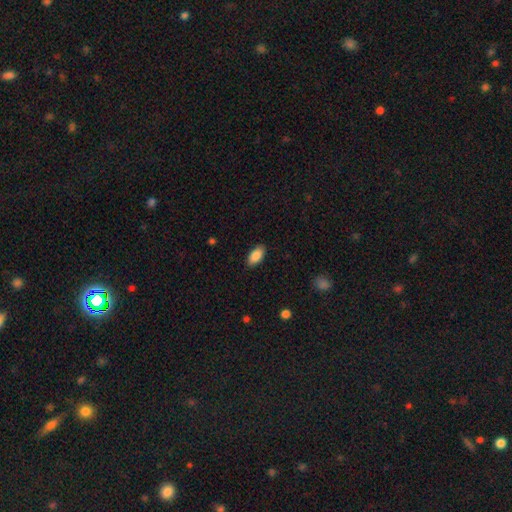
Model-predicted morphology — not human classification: Smooth or featured?
  - smooth: 88% *
  - star or artifact: 7%
  - featured or disk: 5%
How rounded?
  - in between: 93% *
  - cigar-shaped: 4%
  - round: 3%
Merging?
  - none: 88% *
  - minor disturbance: 9%
  - major disturbance: 2%
  - merger: 1%